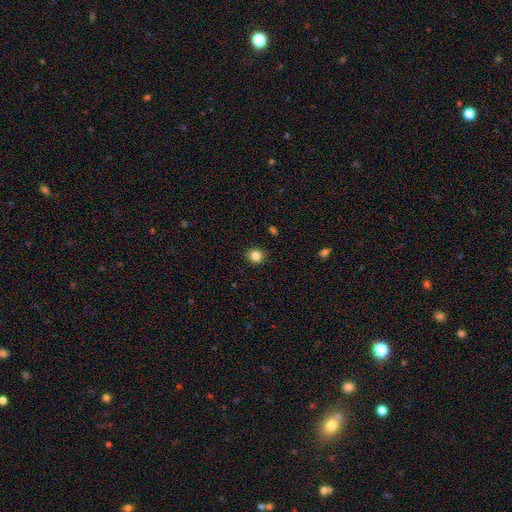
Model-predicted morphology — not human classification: Smooth or featured? smooth (84%)
How rounded? round (80%)
Merging? none (88%)